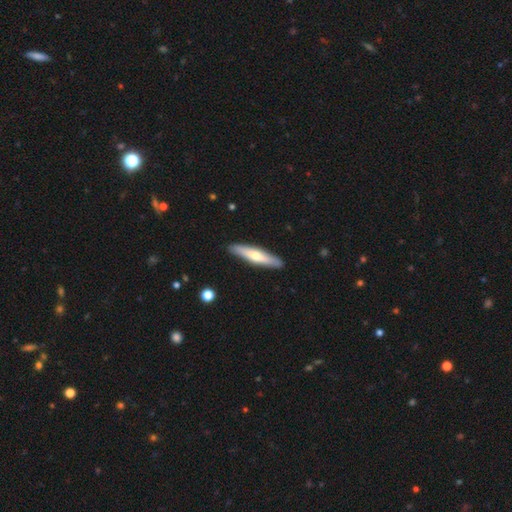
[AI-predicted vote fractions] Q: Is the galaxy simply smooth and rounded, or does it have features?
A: smooth — 51%.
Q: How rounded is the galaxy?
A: cigar-shaped — 86%.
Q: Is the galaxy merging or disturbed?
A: none — 90%.